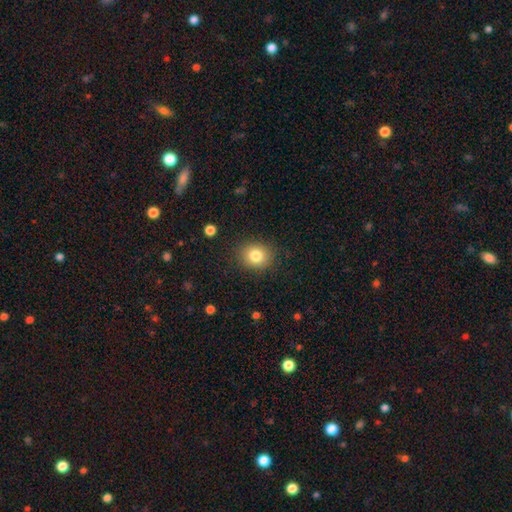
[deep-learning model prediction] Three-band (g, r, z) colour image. It shows a smooth galaxy with no disk features (81%) that is round (69%). Merging: none (87%).